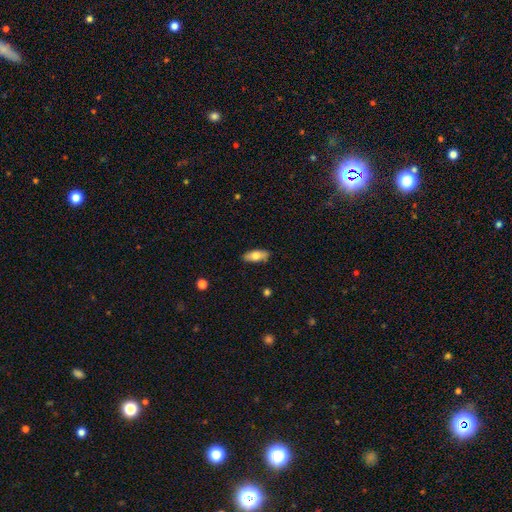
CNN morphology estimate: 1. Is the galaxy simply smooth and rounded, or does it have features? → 72% smooth, 22% featured or disk, 6% star or artifact.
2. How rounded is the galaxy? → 78% in between, 19% cigar-shaped, 3% round.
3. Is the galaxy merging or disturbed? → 85% none, 11% minor disturbance, 2% major disturbance, 1% merger.